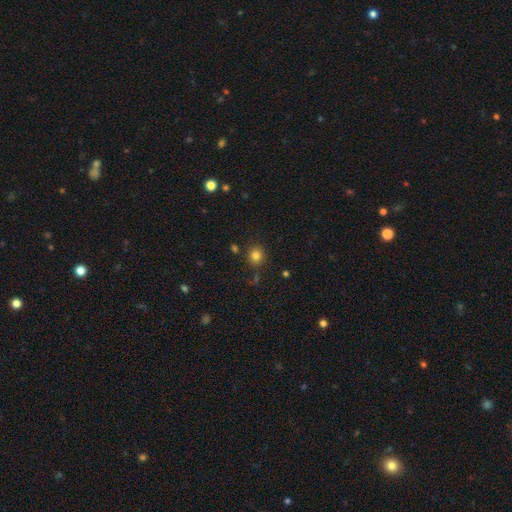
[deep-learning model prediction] Q: Smooth or featured?
A: smooth (80%); runner-up: star or artifact (14%)
Q: How rounded?
A: round (89%); runner-up: in between (10%)
Q: Merging?
A: none (85%); runner-up: minor disturbance (9%)